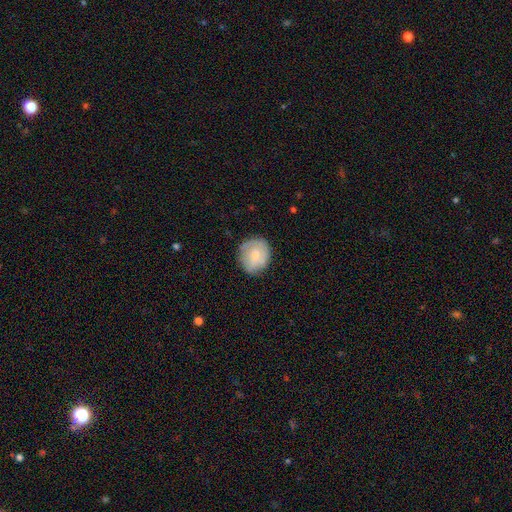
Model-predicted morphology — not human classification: type=smooth (63%); roundness=round (77%); merging=none (74%).